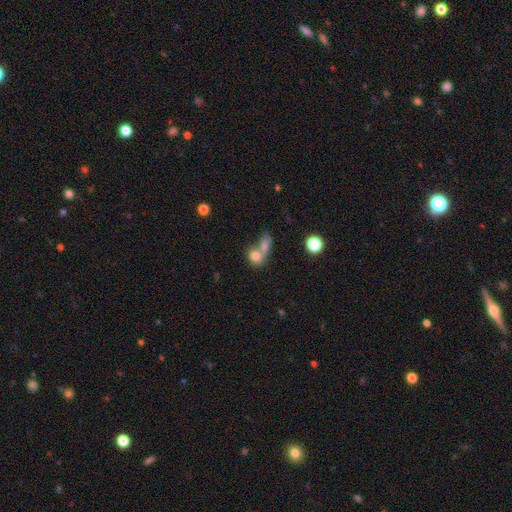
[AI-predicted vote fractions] smooth_or_featured: smooth (p=0.77) [alt: featured or disk p=0.13]
how_rounded: round (p=0.54) [alt: in between p=0.44]
merging: merger (p=0.64) [alt: none p=0.25]